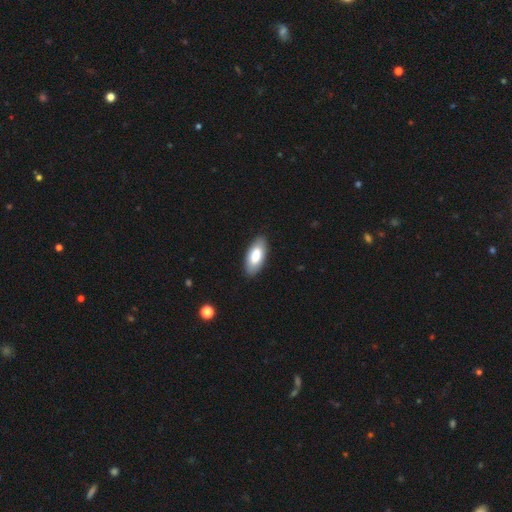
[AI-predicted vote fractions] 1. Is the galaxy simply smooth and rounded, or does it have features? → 80% smooth, 15% featured or disk, 5% star or artifact.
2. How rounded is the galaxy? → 88% in between, 10% cigar-shaped, 2% round.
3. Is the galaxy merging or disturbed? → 87% none, 9% minor disturbance, 2% major disturbance, 1% merger.